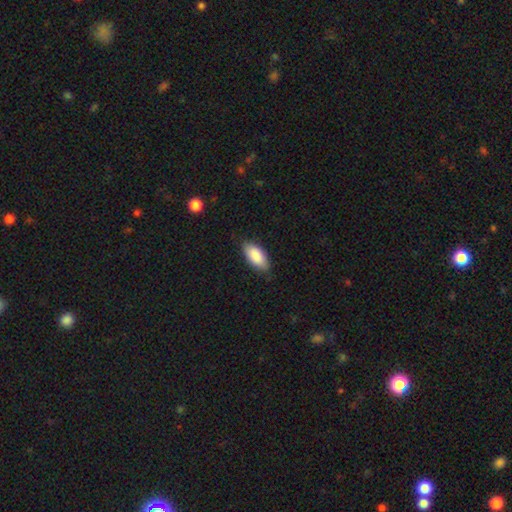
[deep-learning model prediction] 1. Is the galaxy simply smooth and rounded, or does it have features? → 88% smooth, 6% featured or disk, 6% star or artifact.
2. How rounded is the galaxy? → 91% in between, 7% cigar-shaped, 2% round.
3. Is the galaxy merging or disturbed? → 81% none, 16% minor disturbance, 3% major disturbance, 1% merger.